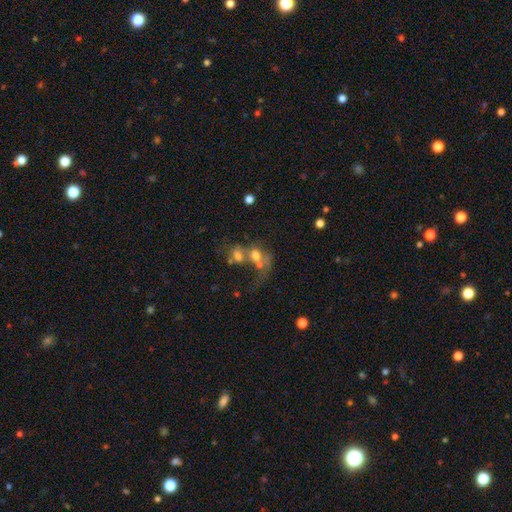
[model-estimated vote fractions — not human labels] Overall: smooth (53%; featured or disk 31%). How rounded: round (51%; in between 47%). Merging: merger (66%).